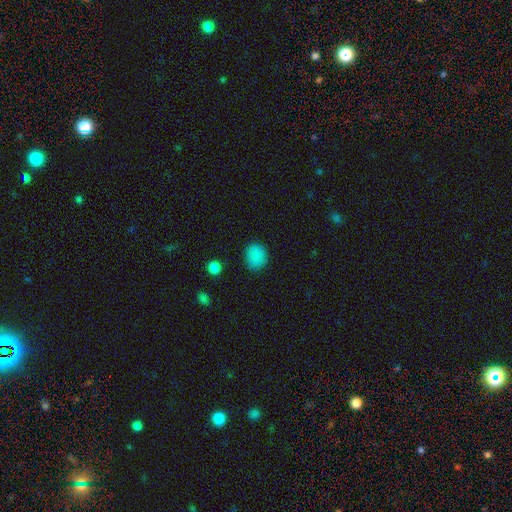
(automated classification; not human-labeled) Q: Smooth or featured?
A: smooth (86%); runner-up: star or artifact (10%)
Q: How rounded?
A: round (72%); runner-up: in between (27%)
Q: Merging?
A: none (87%); runner-up: minor disturbance (9%)